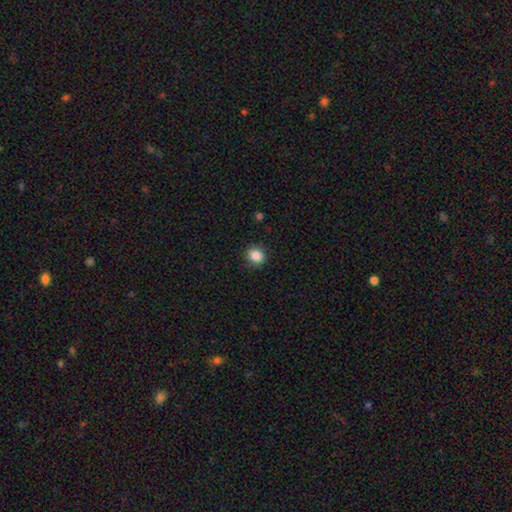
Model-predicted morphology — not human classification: smooth_or_featured: smooth (p=0.87) [alt: star or artifact p=0.10]
how_rounded: round (p=0.81) [alt: in between p=0.18]
merging: none (p=0.88) [alt: minor disturbance p=0.09]